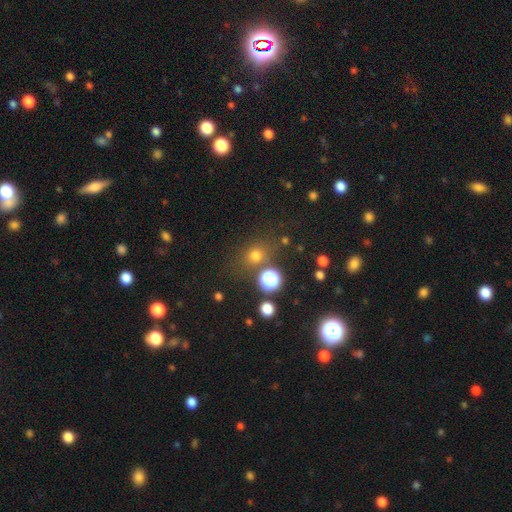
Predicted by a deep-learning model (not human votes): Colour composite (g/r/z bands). It shows a smooth galaxy with no disk features (70%) that is round (80%). Merging: none (75%).